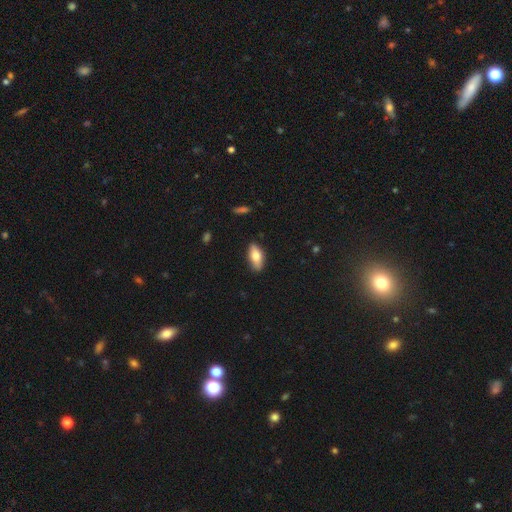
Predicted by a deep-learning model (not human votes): smooth_or_featured: smooth (p=0.78) [alt: featured or disk p=0.16]
how_rounded: in between (p=0.84) [alt: cigar-shaped p=0.13]
merging: none (p=0.83) [alt: minor disturbance p=0.13]